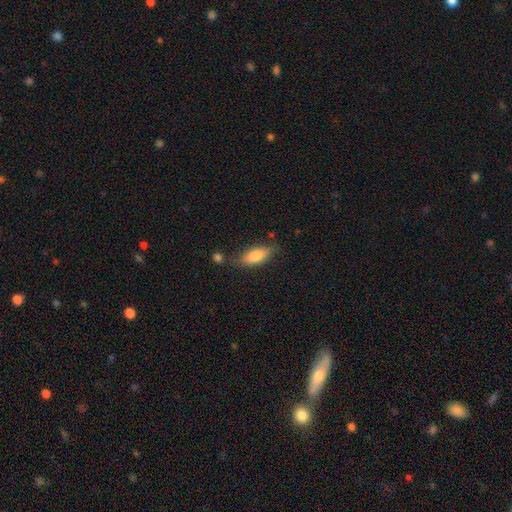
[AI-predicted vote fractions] Smooth or featured? Predicted: smooth (p=0.77). How rounded? Predicted: in between (p=0.80). Merging? Predicted: none (p=0.69).